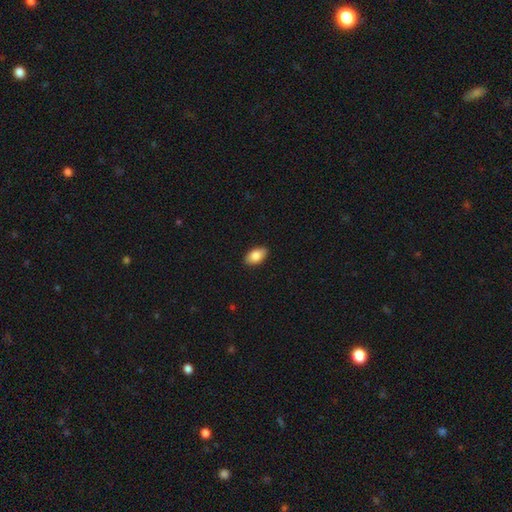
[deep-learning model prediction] A smooth galaxy with no disk features (85%) that is in between round and cigar-shaped (93%). Merging: none (89%).